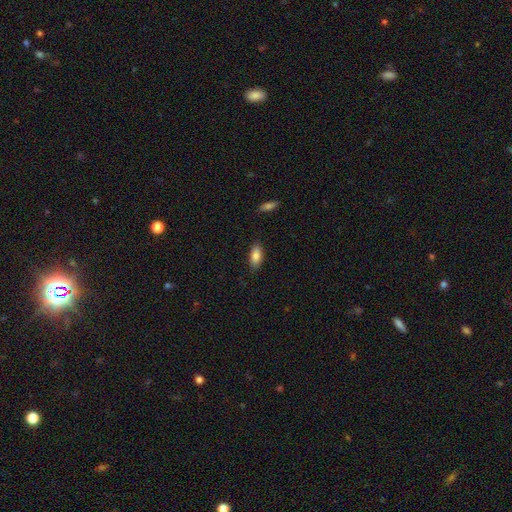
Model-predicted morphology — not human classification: smooth 84%, featured or disk 9%, star or artifact 7%. Down the decision tree: how rounded — in between (86%); merging — none (85%).